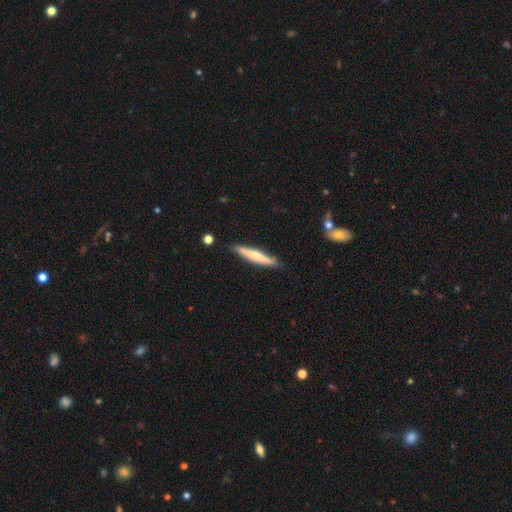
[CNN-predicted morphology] smooth-or-featured: smooth: 54% | featured or disk: 41% | star or artifact: 6%
  how-rounded: cigar-shaped: 92% | in between: 7% | round: 1%
  merging: none: 84% | minor disturbance: 12% | major disturbance: 2% | merger: 2%